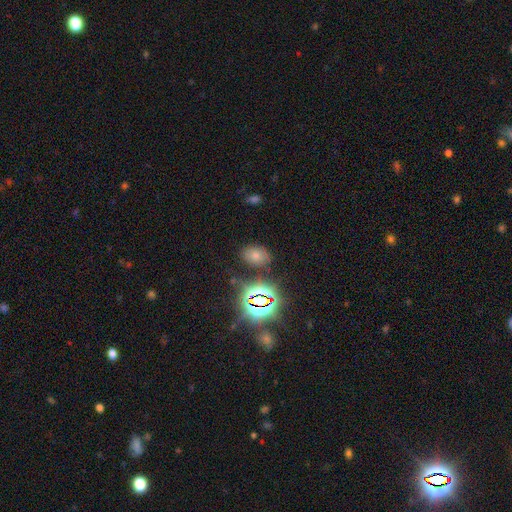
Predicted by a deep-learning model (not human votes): Overall: smooth (62%; star or artifact 28%). How rounded: in between (82%). Merging: none (80%).